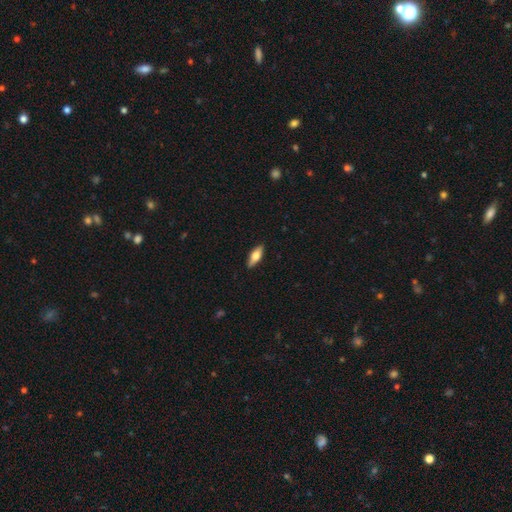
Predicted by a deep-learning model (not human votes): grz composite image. It shows a smooth galaxy with no disk features (58%) that is in between round and cigar-shaped (66%). Merging: none (89%).